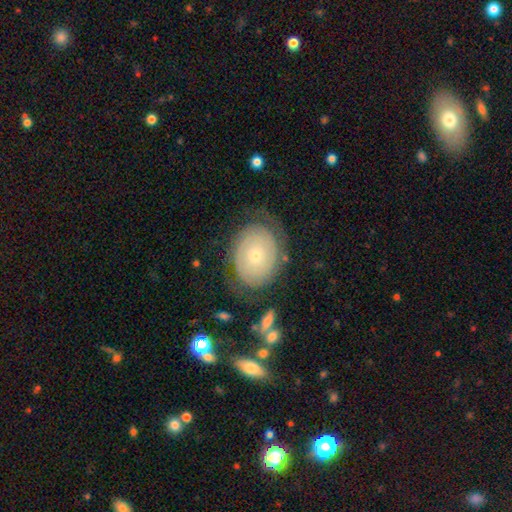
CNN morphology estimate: Smooth or featured? featured or disk (57%)
Edge-on disk? no (95%)
Bar? no (85%)
Spiral arms? yes (67%)
Bulge size? small (73%)
Merging? none (69%)